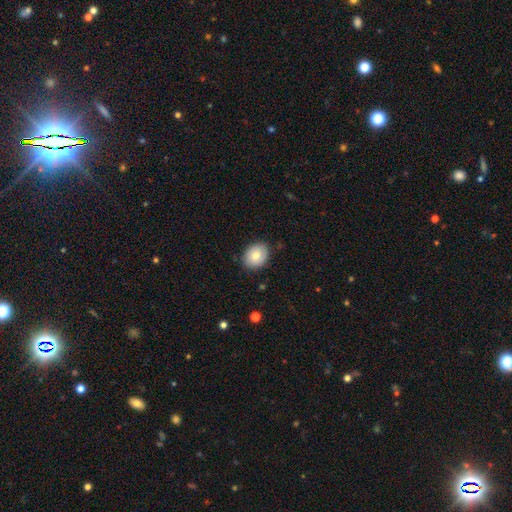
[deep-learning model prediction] smooth-or-featured: smooth: 76% | featured or disk: 16% | star or artifact: 8%
  how-rounded: in between: 52% | round: 47% | cigar-shaped: 1%
  merging: none: 83% | minor disturbance: 13% | major disturbance: 2% | merger: 1%